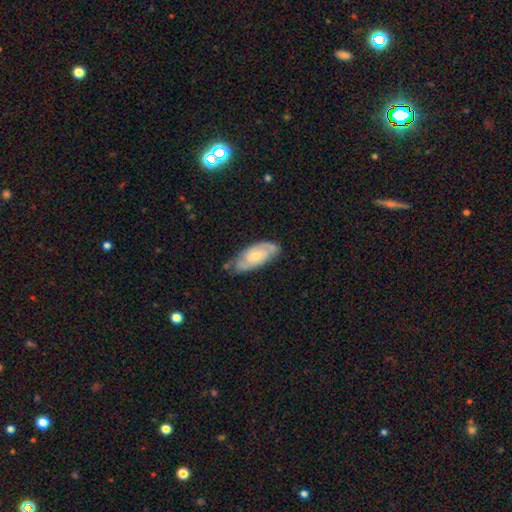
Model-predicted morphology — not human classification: Smooth or featured: featured or disk — 65% (smooth — 28%)
Edge-on disk: no — 89% (yes — 11%)
Bar: no — 73% (weak — 23%)
Spiral arms: yes — 83% (no — 17%)
Bulge size: small — 53% (moderate — 42%)
Merging: none — 68% (minor disturbance — 24%)